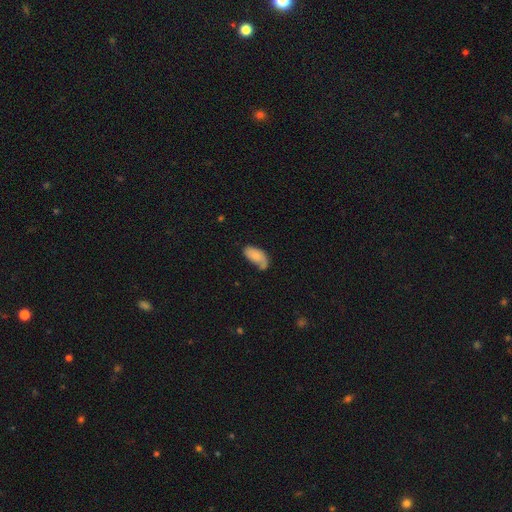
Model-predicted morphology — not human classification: smooth-or-featured: smooth: 78% | featured or disk: 15% | star or artifact: 7%
  how-rounded: in between: 93% | cigar-shaped: 4% | round: 2%
  merging: none: 46% | minor disturbance: 32% | major disturbance: 14% | merger: 8%